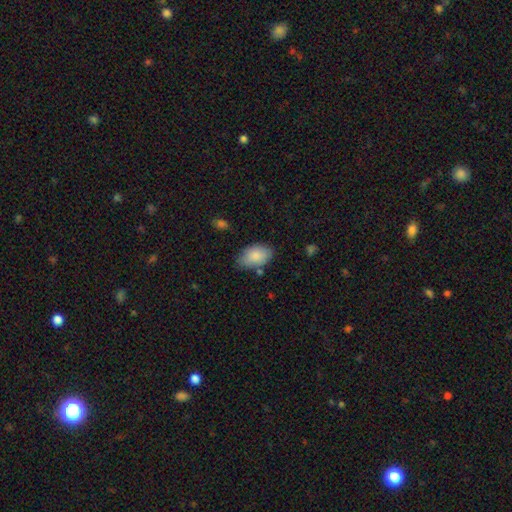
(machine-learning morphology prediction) Smooth or featured: smooth — 86% (featured or disk — 8%)
How rounded: in between — 92% (round — 7%)
Merging: none — 74% (minor disturbance — 19%)